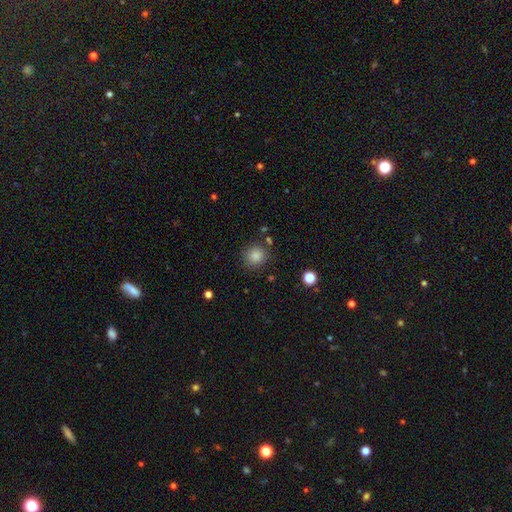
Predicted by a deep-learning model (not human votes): Smooth or featured: smooth — 85% (star or artifact — 10%)
How rounded: round — 88% (in between — 11%)
Merging: none — 84% (minor disturbance — 10%)